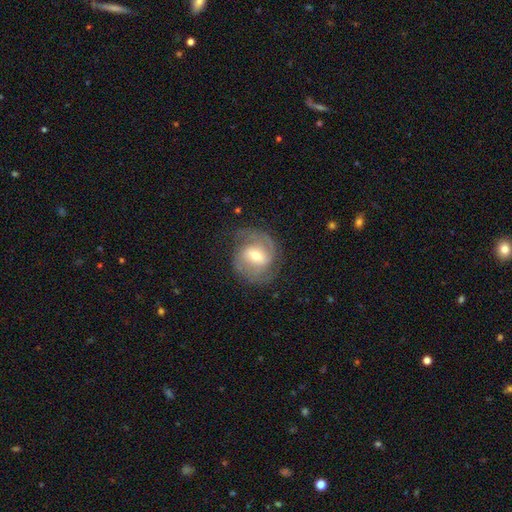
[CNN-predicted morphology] Smooth or featured: featured or disk — 82% (smooth — 13%)
Edge-on disk: no — 97% (yes — 3%)
Bar: weak — 51% (strong — 27%)
Spiral arms: yes — 94% (no — 6%)
Spiral winding: medium — 45% (tight — 43%)
Spiral arm count: 2 — 81% (can't tell — 8%)
Bulge size: moderate — 61% (small — 33%)
Merging: none — 75% (minor disturbance — 16%)